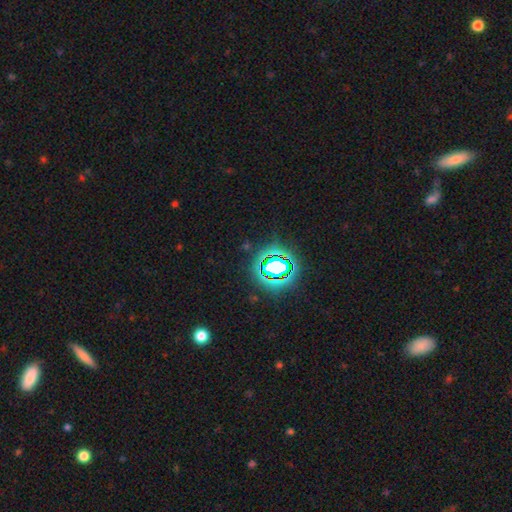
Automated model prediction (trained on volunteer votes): This appears to be a star or artifact, not a galaxy (77%).